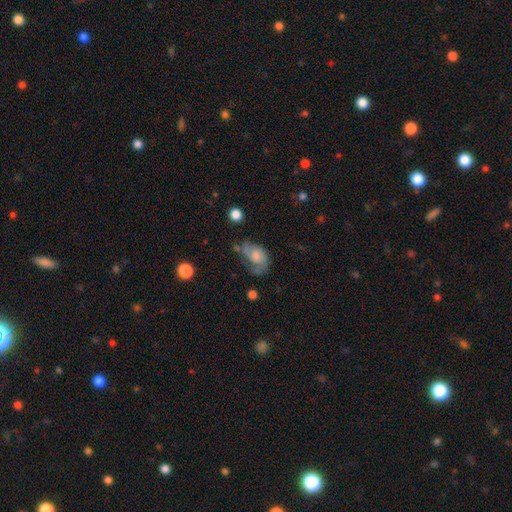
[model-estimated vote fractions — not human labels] Overall: smooth (49%; featured or disk 42%). Merging: major disturbance (34%; none 30%).